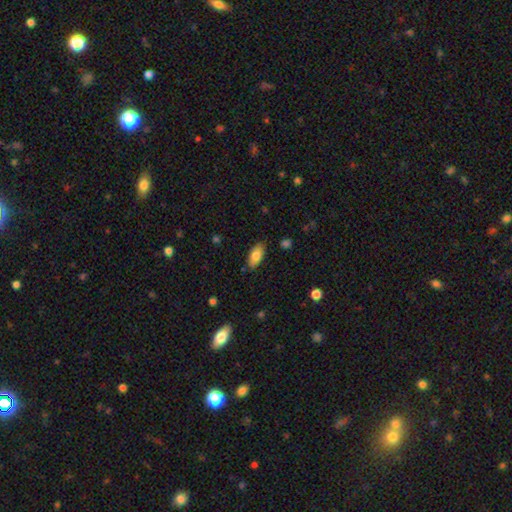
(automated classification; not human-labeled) smooth_or_featured: smooth (p=0.82) [alt: featured or disk p=0.11]
how_rounded: in between (p=0.90) [alt: cigar-shaped p=0.08]
merging: none (p=0.83) [alt: minor disturbance p=0.13]